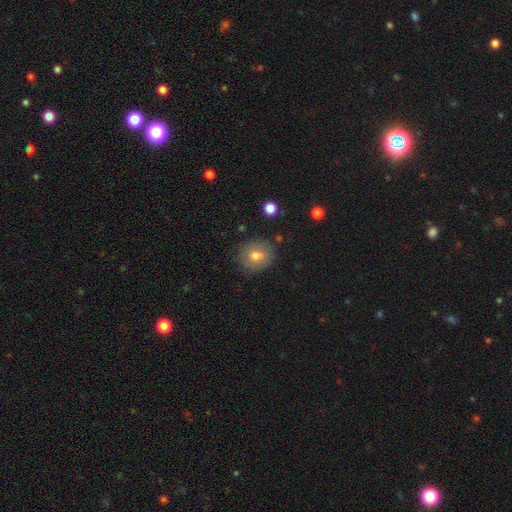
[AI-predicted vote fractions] Smooth or featured? smooth (73%)
How rounded? round (80%)
Merging? none (76%)